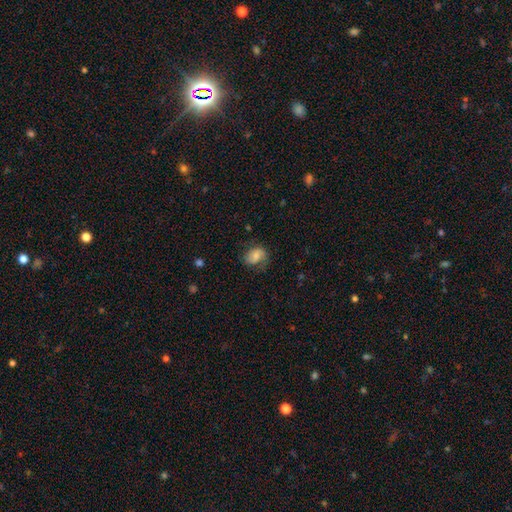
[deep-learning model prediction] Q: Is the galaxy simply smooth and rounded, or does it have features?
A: smooth — 57%.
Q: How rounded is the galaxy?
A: in between — 66%.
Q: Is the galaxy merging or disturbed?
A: none — 53%.